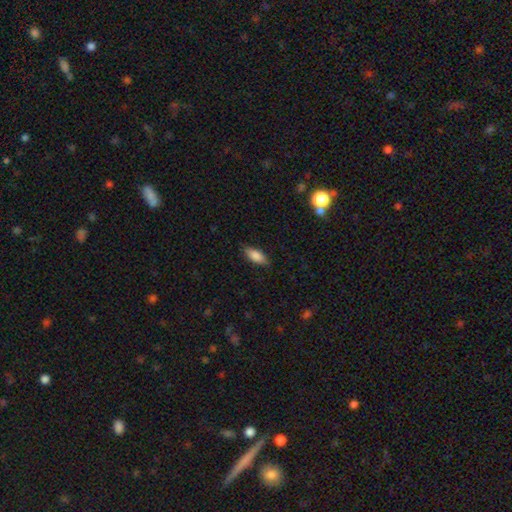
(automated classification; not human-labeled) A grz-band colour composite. It shows a smooth galaxy with no disk features (82%) that is in between round and cigar-shaped (76%). Merging: none (83%).